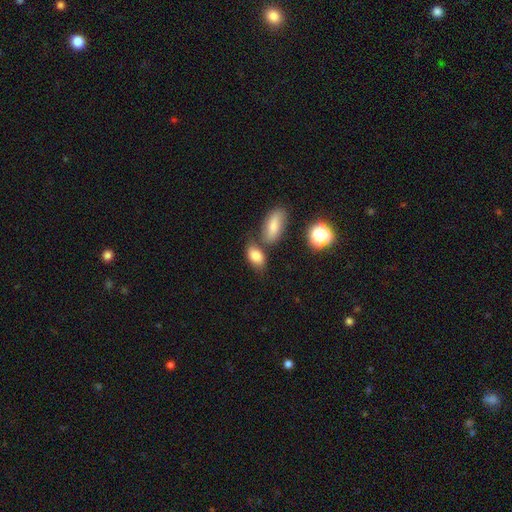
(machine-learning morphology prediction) Overall: smooth (81%). How rounded: in between (88%). Merging: none (56%; merger 24%).